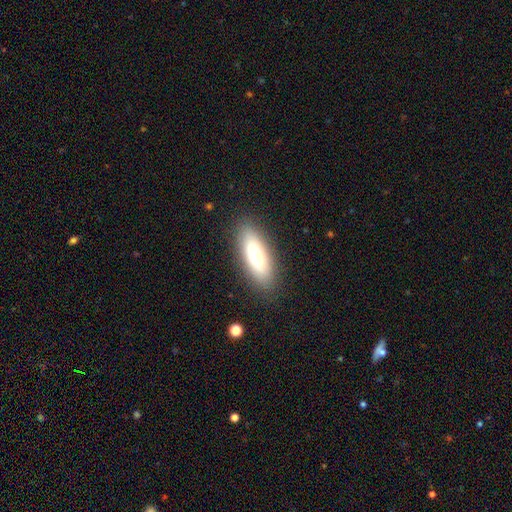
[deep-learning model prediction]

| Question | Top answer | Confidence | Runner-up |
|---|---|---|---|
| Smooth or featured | smooth | 71% | featured or disk (21%) |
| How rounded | in between | 68% | cigar-shaped (30%) |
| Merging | none | 86% | minor disturbance (10%) |